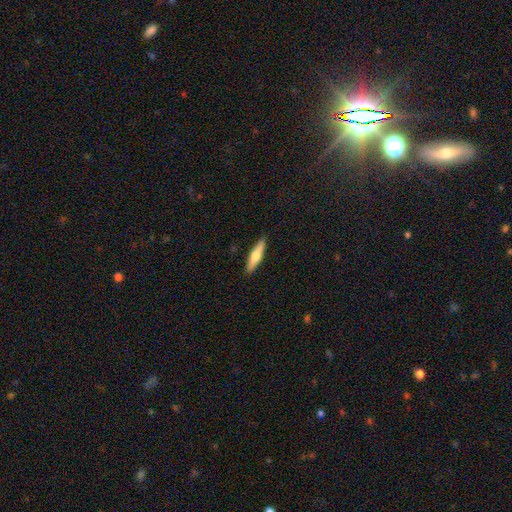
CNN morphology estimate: Smooth or featured? smooth (53%)
How rounded? cigar-shaped (79%)
Merging? none (90%)